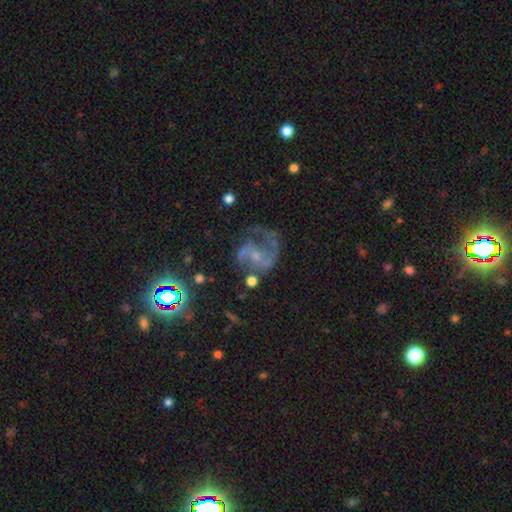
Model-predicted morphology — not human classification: A featured or disk galaxy (78%) with no bar (50%), 2 (71%) medium (49%) spiral arms (91%) and a small central bulge (59%). Merging: none (45%).